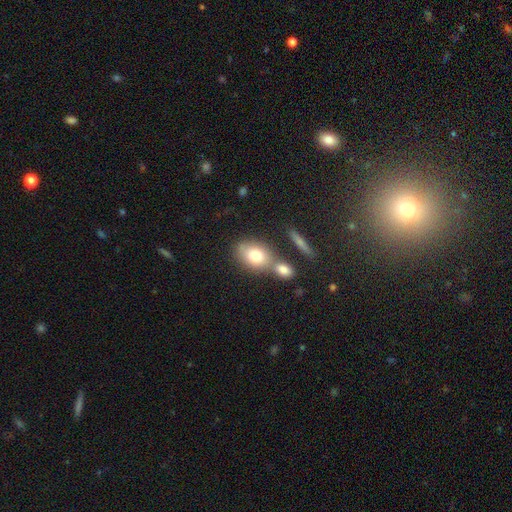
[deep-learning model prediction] Q: Smooth or featured?
A: smooth (76%); runner-up: featured or disk (16%)
Q: How rounded?
A: in between (71%); runner-up: round (26%)
Q: Merging?
A: none (49%); runner-up: merger (35%)